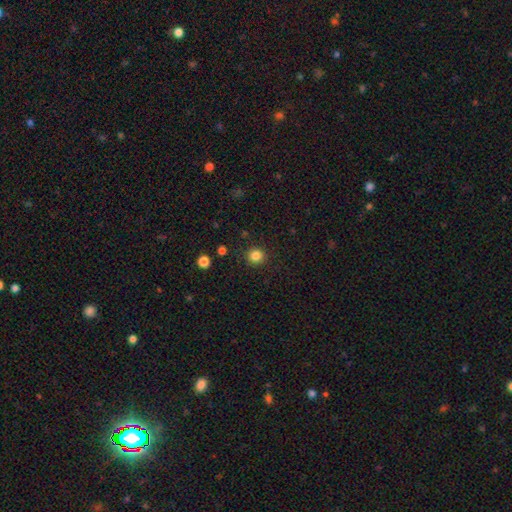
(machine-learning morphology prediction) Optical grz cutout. It shows a smooth galaxy with no disk features (84%) that is round (92%). Merging: none (91%).